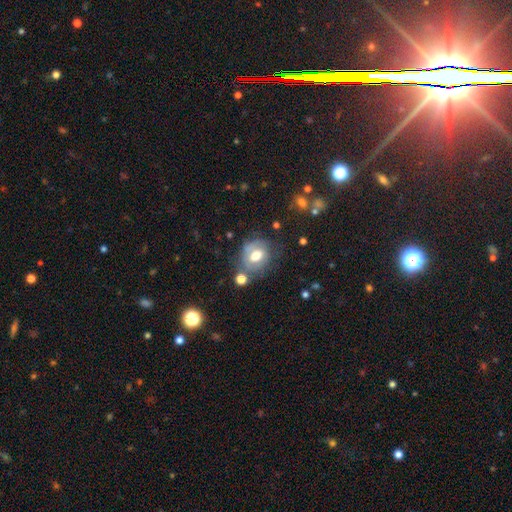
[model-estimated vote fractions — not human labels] Q: Smooth or featured?
A: smooth (54%); runner-up: featured or disk (37%)
Q: How rounded?
A: round (51%); runner-up: in between (48%)
Q: Merging?
A: none (56%); runner-up: minor disturbance (24%)